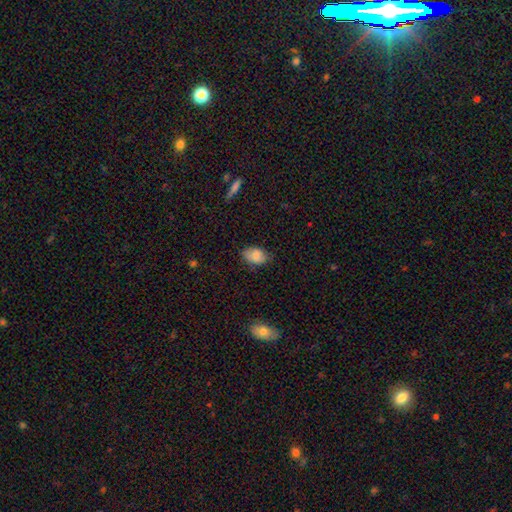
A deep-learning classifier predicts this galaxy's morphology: smooth 82%, featured or disk 10%, star or artifact 8%. Down the decision tree: how rounded — in between (86%); merging — none (72%).